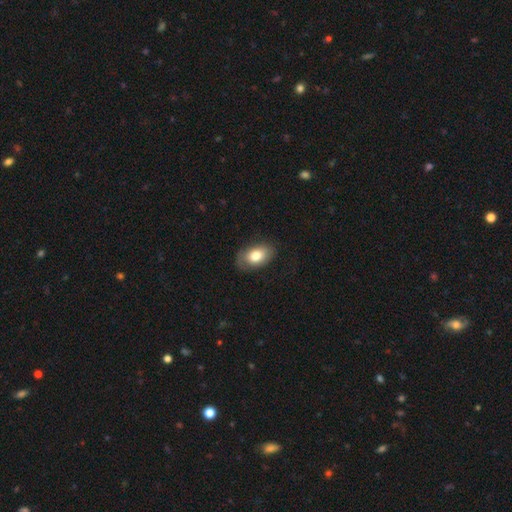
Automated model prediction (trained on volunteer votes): A smooth galaxy with no disk features (75%) that is in between round and cigar-shaped (89%).

Vote fractions:
- Smooth or featured? smooth: 75% / featured or disk: 17% / star or artifact: 7%
- How rounded? in between: 89% / round: 10% / cigar-shaped: 1%
- Merging? none: 77% / minor disturbance: 17% / major disturbance: 5% / merger: 1%